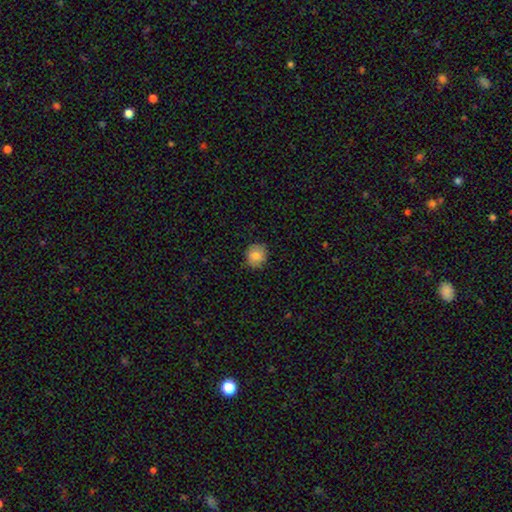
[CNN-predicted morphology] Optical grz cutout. It shows a smooth galaxy with no disk features (82%) that is round (83%). Merging: none (83%).